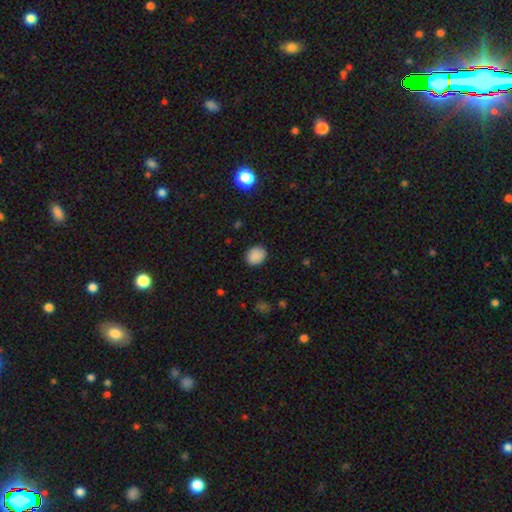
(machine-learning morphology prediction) The model was most divided on "how rounded": round: 68%, in between: 32%, cigar-shaped: 1%. More confident: smooth or featured — smooth (88%); merging — none (87%).